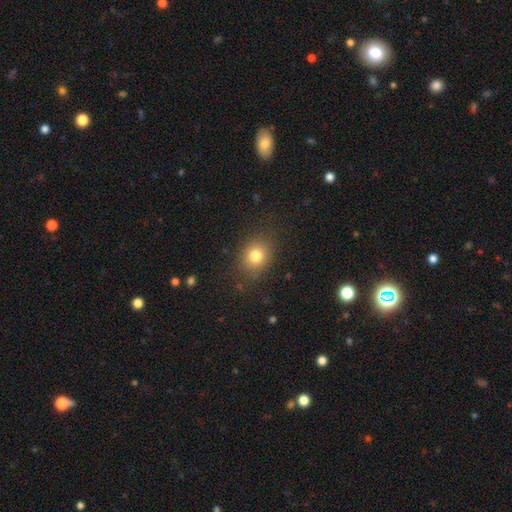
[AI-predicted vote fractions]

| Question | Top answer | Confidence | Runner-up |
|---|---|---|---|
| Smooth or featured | smooth | 79% | star or artifact (12%) |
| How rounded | round | 61% | in between (38%) |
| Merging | none | 83% | minor disturbance (12%) |